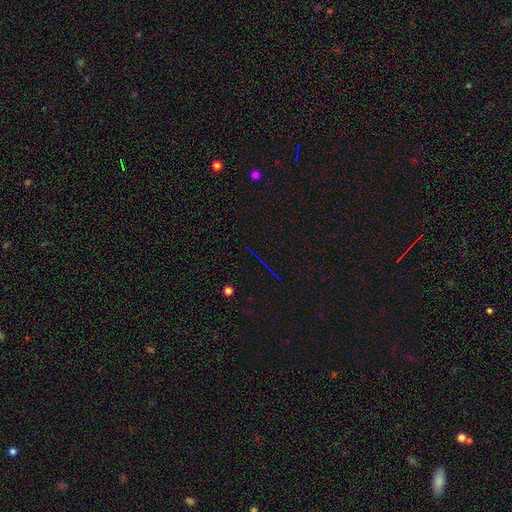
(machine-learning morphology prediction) star or artifact 76%, featured or disk 12%, smooth 12%.